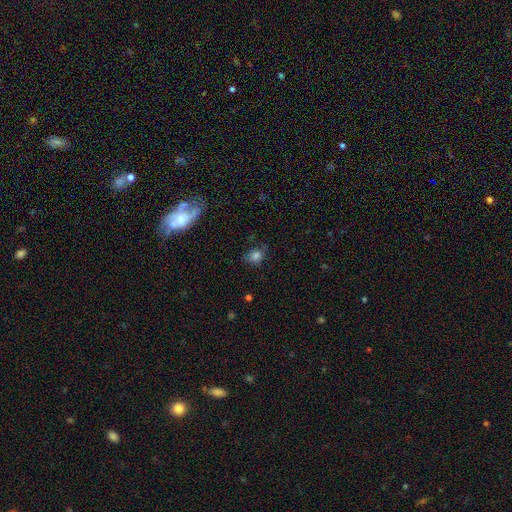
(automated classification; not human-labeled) smooth-or-featured: smooth: 77% | star or artifact: 13% | featured or disk: 10%
  how-rounded: round: 54% | in between: 45% | cigar-shaped: 2%
  merging: none: 60% | minor disturbance: 26% | major disturbance: 12% | merger: 3%